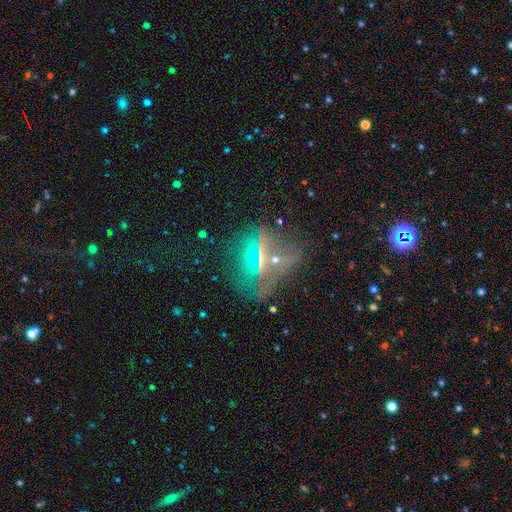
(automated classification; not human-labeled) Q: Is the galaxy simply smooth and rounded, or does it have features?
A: star or artifact — 39%.